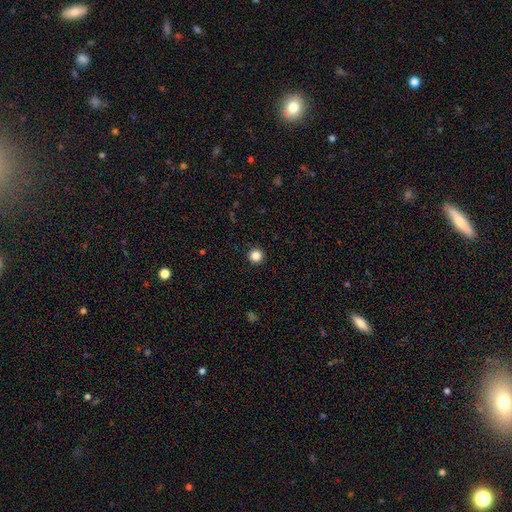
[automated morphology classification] Overall: smooth (85%). How rounded: round (96%). Merging: none (93%).